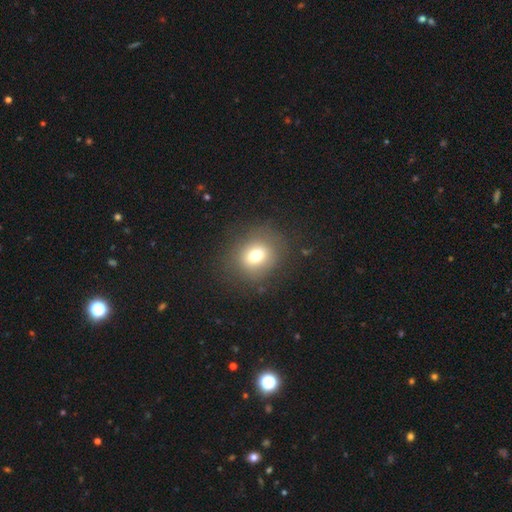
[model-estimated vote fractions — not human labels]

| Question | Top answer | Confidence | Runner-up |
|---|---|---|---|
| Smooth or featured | smooth | 72% | featured or disk (14%) |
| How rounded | round | 69% | in between (30%) |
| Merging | none | 81% | minor disturbance (11%) |